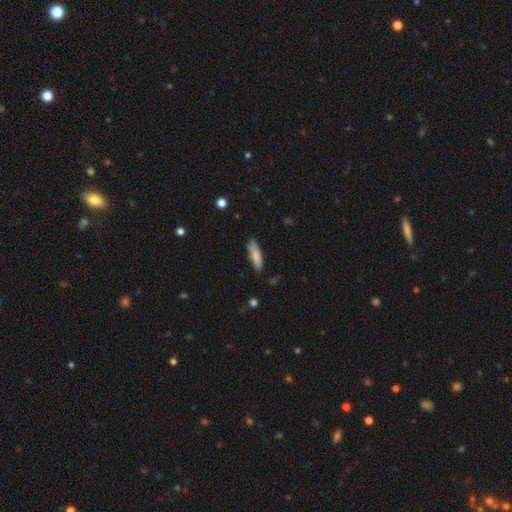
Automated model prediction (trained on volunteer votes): Q: Smooth or featured?
A: smooth (82%); runner-up: featured or disk (12%)
Q: How rounded?
A: cigar-shaped (63%); runner-up: in between (35%)
Q: Merging?
A: none (82%); runner-up: minor disturbance (14%)